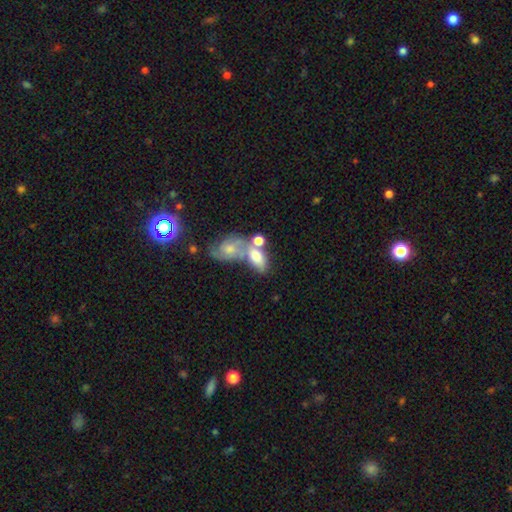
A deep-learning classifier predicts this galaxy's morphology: A smooth galaxy with no disk features (62%) that is in between round and cigar-shaped (84%). Merging: merger (55%).